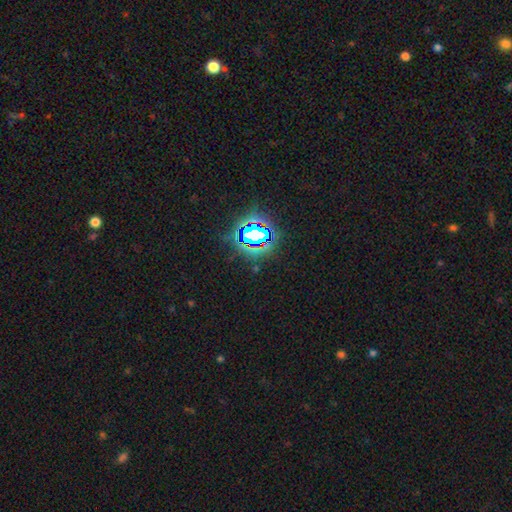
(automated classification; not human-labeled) This is likely a star or artifact rather than a galaxy (79%).